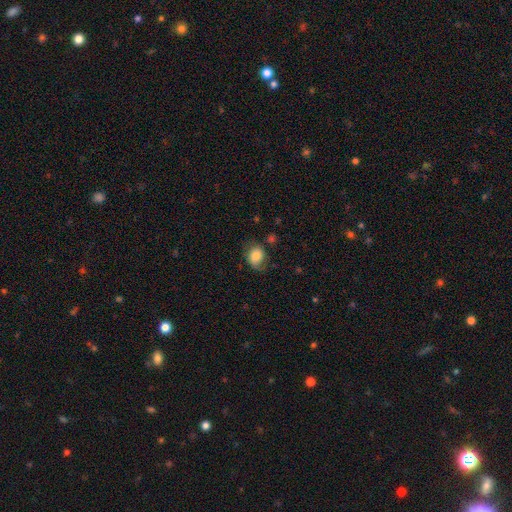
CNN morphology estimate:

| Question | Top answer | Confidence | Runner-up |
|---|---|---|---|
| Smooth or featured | smooth | 75% | featured or disk (16%) |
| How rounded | in between | 54% | round (45%) |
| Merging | none | 60% | minor disturbance (28%) |